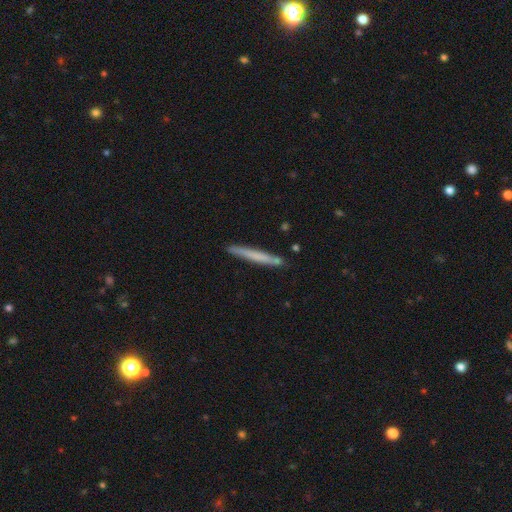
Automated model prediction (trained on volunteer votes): This is likely a smooth galaxy (61%). How rounded: clearly cigar-shaped (97%). Merging: clearly none (87%).